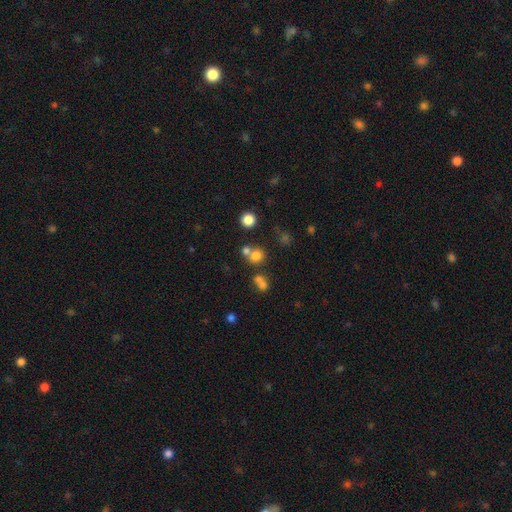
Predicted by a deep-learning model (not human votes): This appears to be a smooth galaxy with no disk features (70%) that is round (81%). Merging: none (53%).